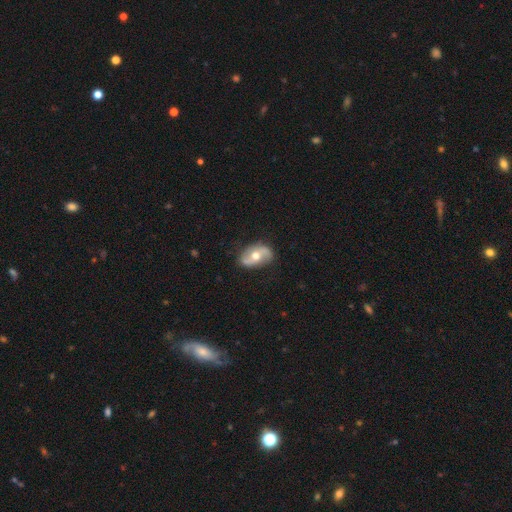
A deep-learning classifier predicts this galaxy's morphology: Smooth or featured? featured or disk (63%)
Edge-on disk? no (93%)
Bar? no (58%)
Spiral arms? yes (76%)
Bulge size? moderate (78%)
Merging? none (78%)